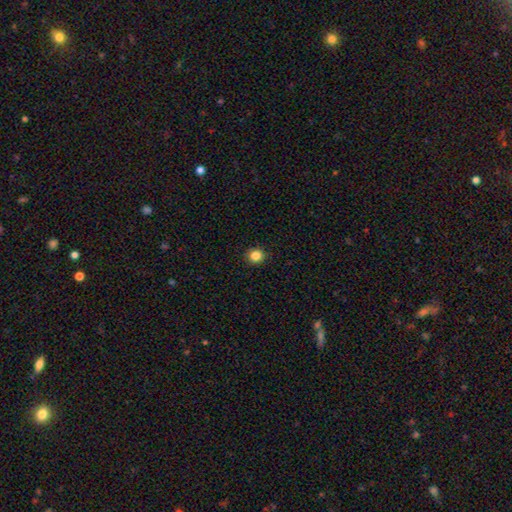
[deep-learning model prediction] A smooth galaxy with no disk features (85%) that is round (88%). Merging: none (92%).